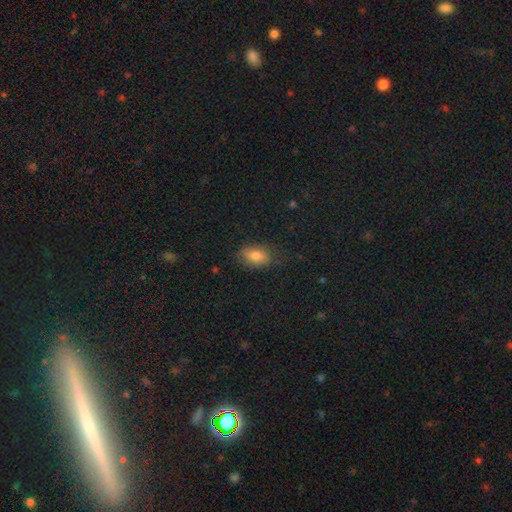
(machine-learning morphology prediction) Smooth or featured? smooth (78%)
How rounded? in between (88%)
Merging? none (76%)